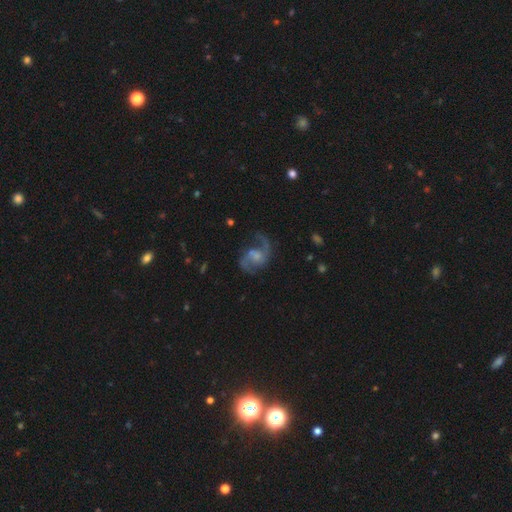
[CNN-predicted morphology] A featured or disk galaxy (85%) with no bar (58%), 2 (85%) loose (55%) spiral arms (95%) and a small central bulge (40%).

Vote fractions:
- Smooth or featured? featured or disk: 85% / smooth: 8% / star or artifact: 7%
- Edge-on disk? no: 98% / yes: 2%
- Bar? no: 58% / weak: 36% / strong: 6%
- Spiral arms? yes: 95% / no: 5%
- Spiral winding? loose: 55% / medium: 38% / tight: 7%
- Spiral arm count? 2: 85% / 1: 9% / can't tell: 3% / 3: 1% / 4: 1% / more than 4: 1%
- Bulge size? small: 40% / moderate: 30% / none: 22% / large: 6% / dominant: 2%
- Merging? none: 58% / major disturbance: 19% / minor disturbance: 17% / merger: 6%